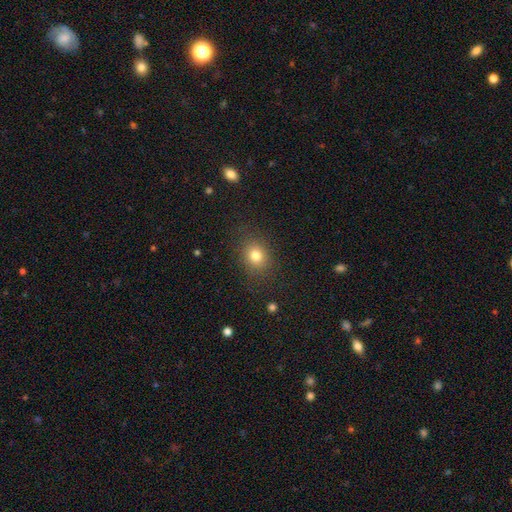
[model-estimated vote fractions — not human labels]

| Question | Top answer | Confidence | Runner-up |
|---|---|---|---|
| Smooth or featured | smooth | 79% | star or artifact (13%) |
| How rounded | round | 61% | in between (38%) |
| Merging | none | 83% | minor disturbance (11%) |